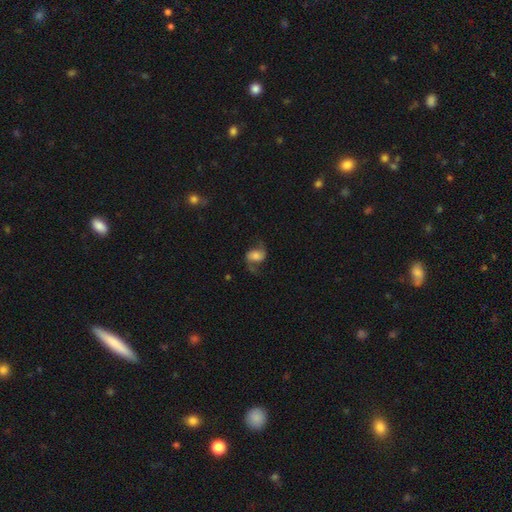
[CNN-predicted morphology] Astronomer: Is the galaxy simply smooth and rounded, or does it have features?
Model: featured or disk — 58% (runner-up: smooth, 33%).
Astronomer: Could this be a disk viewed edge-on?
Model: no — 97%.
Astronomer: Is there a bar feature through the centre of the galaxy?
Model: no — 48% (runner-up: weak, 35%).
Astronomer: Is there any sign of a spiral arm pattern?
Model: yes — 90%.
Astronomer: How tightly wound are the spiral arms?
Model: loose — 65%.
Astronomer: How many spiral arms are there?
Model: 2 — 89%.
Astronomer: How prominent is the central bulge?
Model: moderate — 34% (runner-up: small, 26%).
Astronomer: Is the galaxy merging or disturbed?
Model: none — 59%.